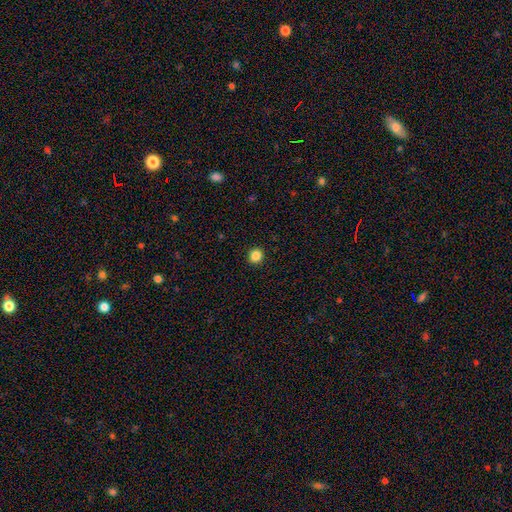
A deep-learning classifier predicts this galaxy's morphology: Smooth or featured? smooth (86%)
How rounded? round (92%)
Merging? none (93%)